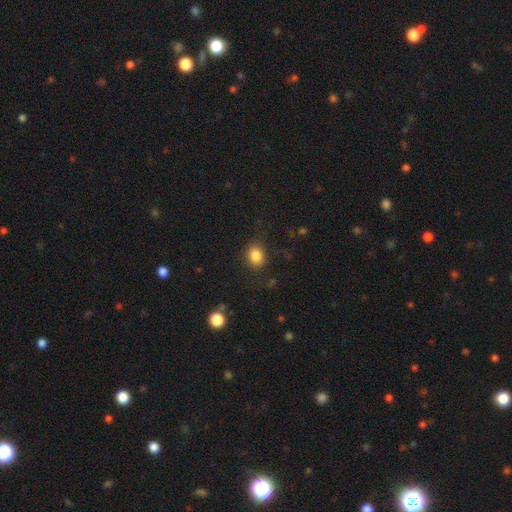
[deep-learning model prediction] Smooth or featured: smooth — 85% (star or artifact — 10%)
How rounded: in between — 55% (round — 44%)
Merging: none — 83% (minor disturbance — 11%)